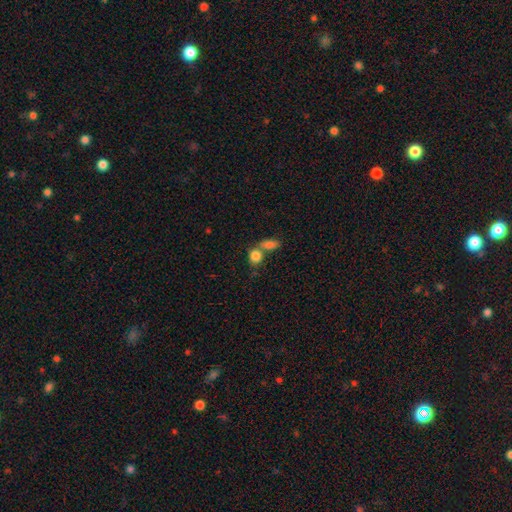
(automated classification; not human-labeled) Smooth or featured? smooth (84%)
How rounded? round (51%)
Merging? merger (50%)